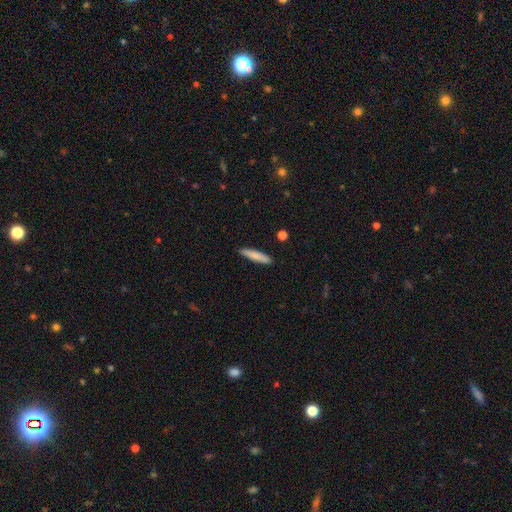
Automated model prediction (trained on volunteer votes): Smooth or featured?
  - smooth: 80% *
  - featured or disk: 14%
  - star or artifact: 6%
How rounded?
  - cigar-shaped: 87% *
  - in between: 12%
  - round: 1%
Merging?
  - none: 89% *
  - minor disturbance: 8%
  - major disturbance: 2%
  - merger: 1%